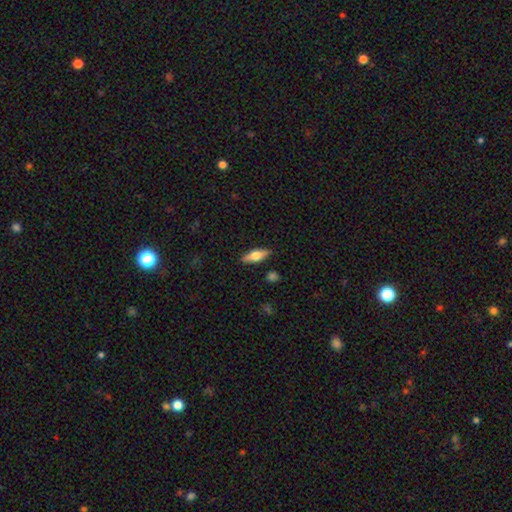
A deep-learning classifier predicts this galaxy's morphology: A smooth galaxy with no disk features (56%) that is in between round and cigar-shaped (60%). Merging: none (87%).